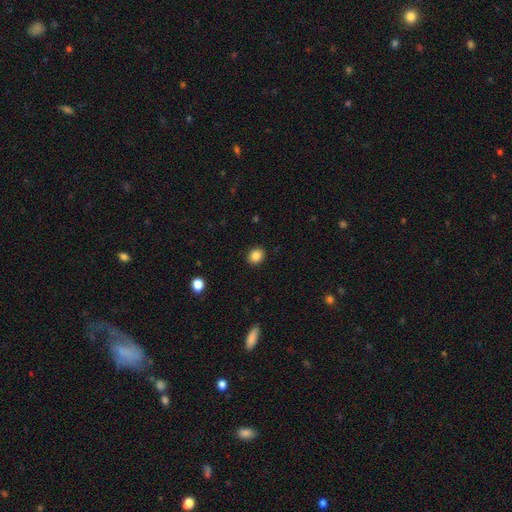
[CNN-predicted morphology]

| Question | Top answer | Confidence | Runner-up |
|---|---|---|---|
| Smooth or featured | smooth | 86% | star or artifact (10%) |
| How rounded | round | 68% | in between (31%) |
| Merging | none | 91% | minor disturbance (6%) |